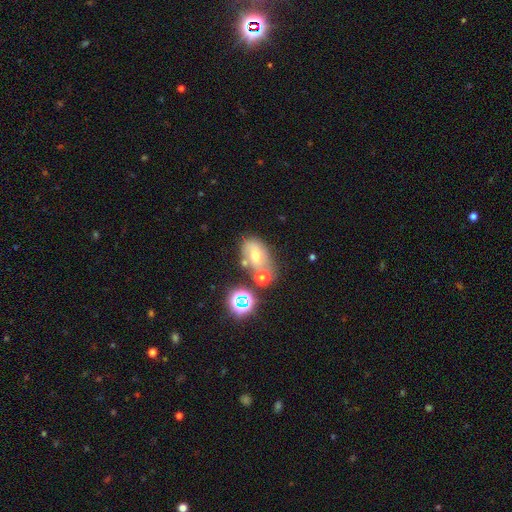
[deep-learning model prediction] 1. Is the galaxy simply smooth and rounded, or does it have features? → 43% smooth, 32% featured or disk, 25% star or artifact.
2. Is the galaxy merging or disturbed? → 50% none, 24% merger, 18% minor disturbance, 9% major disturbance.